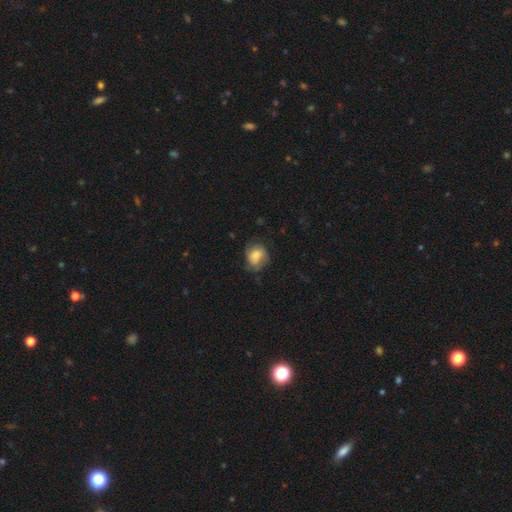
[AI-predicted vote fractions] smooth_or_featured: smooth (p=0.69) [alt: featured or disk p=0.23]
how_rounded: round (p=0.53) [alt: in between p=0.46]
merging: none (p=0.55) [alt: minor disturbance p=0.29]